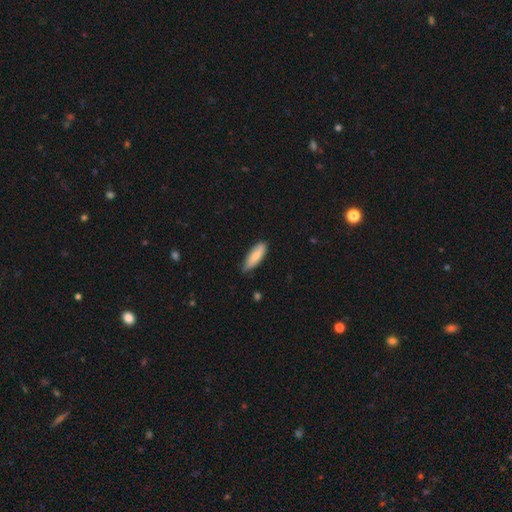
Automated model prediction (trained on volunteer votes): Smooth or featured? Predicted: smooth (p=0.80). How rounded? Predicted: in between (p=0.51). Merging? Predicted: none (p=0.71).